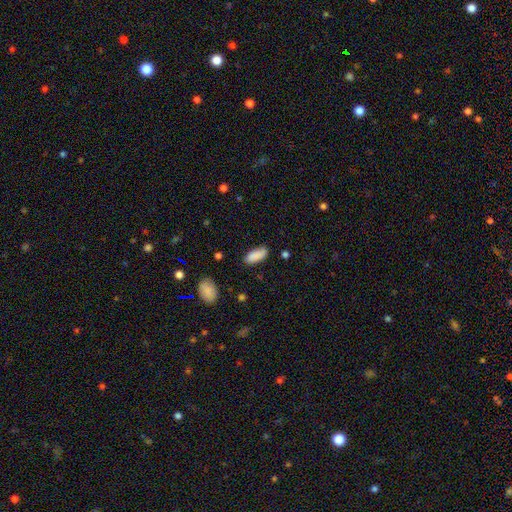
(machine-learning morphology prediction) This is clearly a smooth galaxy (88%). How rounded: clearly in between (81%). Merging: clearly none (80%).